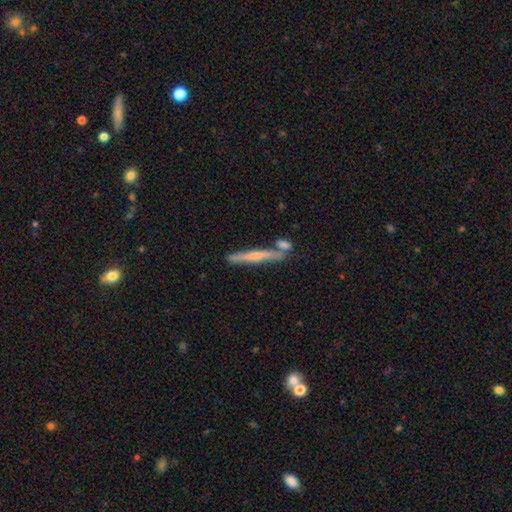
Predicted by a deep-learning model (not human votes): Morphology: type=featured or disk (54%); edge-on=yes (96%); edge-on bulge=rounded (49%); merging=none (77%).